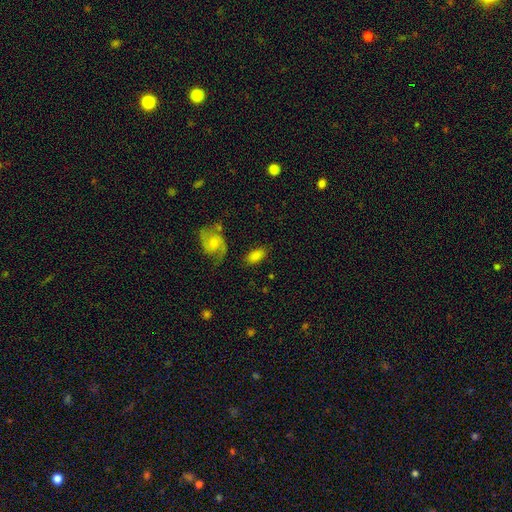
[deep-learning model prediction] Q: Smooth or featured?
A: smooth (72%); runner-up: featured or disk (19%)
Q: How rounded?
A: in between (91%); runner-up: round (5%)
Q: Merging?
A: none (74%); runner-up: minor disturbance (16%)